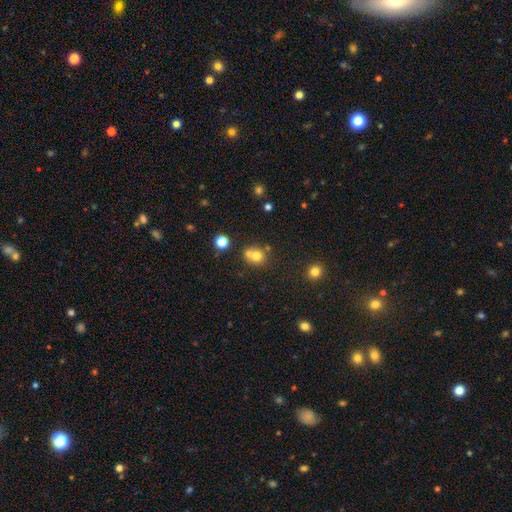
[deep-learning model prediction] A smooth galaxy with no disk features (71%) that is round (77%). Merging: none (45%).